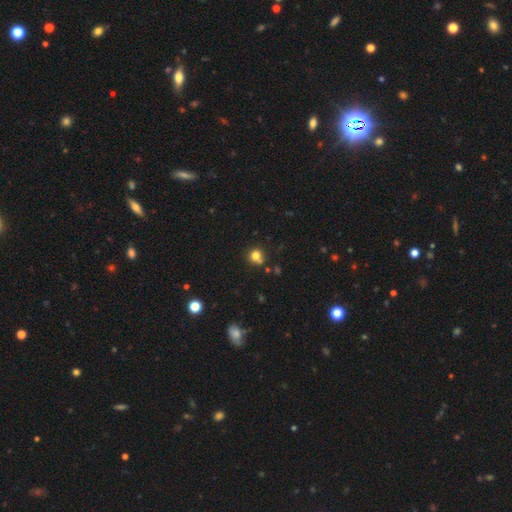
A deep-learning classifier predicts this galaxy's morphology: A smooth galaxy with no disk features (79%) that is round (87%).

Vote fractions:
- Smooth or featured? smooth: 79% / star or artifact: 14% / featured or disk: 7%
- How rounded? round: 87% / in between: 12% / cigar-shaped: 1%
- Merging? none: 68% / minor disturbance: 15% / merger: 12% / major disturbance: 5%